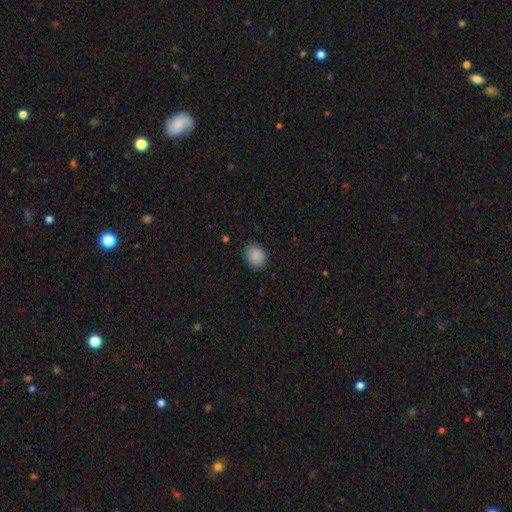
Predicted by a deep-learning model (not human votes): Smooth or featured?
  - smooth: 88% *
  - star or artifact: 8%
  - featured or disk: 4%
How rounded?
  - round: 52% *
  - in between: 47%
  - cigar-shaped: 1%
Merging?
  - none: 82% *
  - minor disturbance: 14%
  - major disturbance: 3%
  - merger: 1%